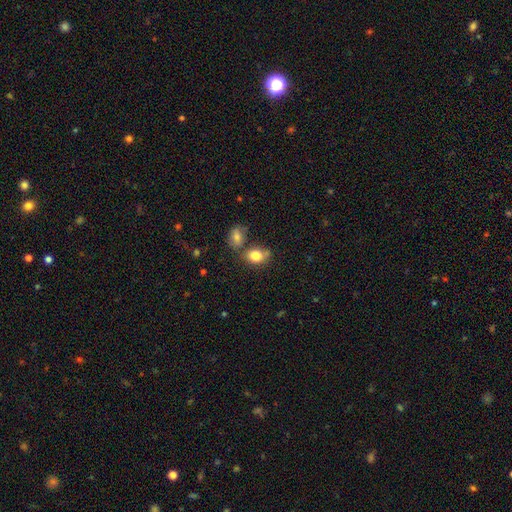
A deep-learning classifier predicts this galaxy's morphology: Smooth or featured: smooth — 82% (star or artifact — 9%)
How rounded: in between — 67% (round — 32%)
Merging: none — 56% (merger — 23%)